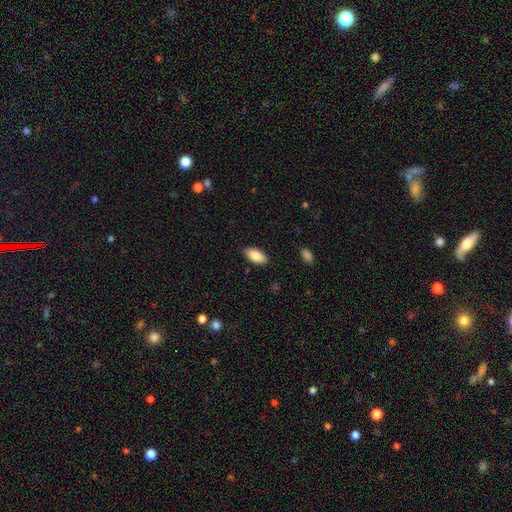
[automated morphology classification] This appears to be a smooth galaxy with no disk features (87%) that is in between round and cigar-shaped (93%). Merging: none (87%).